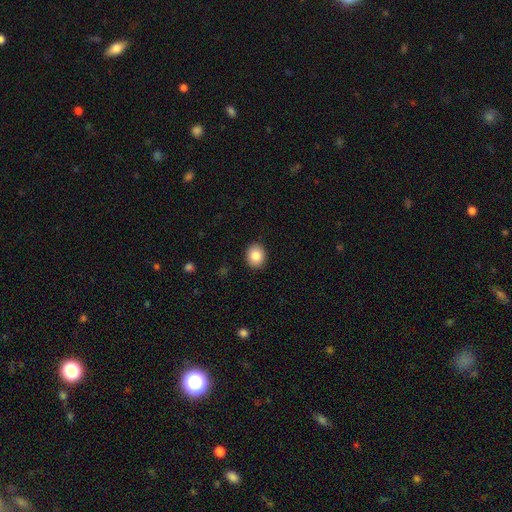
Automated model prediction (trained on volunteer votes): Smooth or featured?
  - smooth: 84% *
  - star or artifact: 9%
  - featured or disk: 7%
How rounded?
  - round: 62% *
  - in between: 37%
  - cigar-shaped: 1%
Merging?
  - none: 91% *
  - minor disturbance: 6%
  - major disturbance: 2%
  - merger: 1%